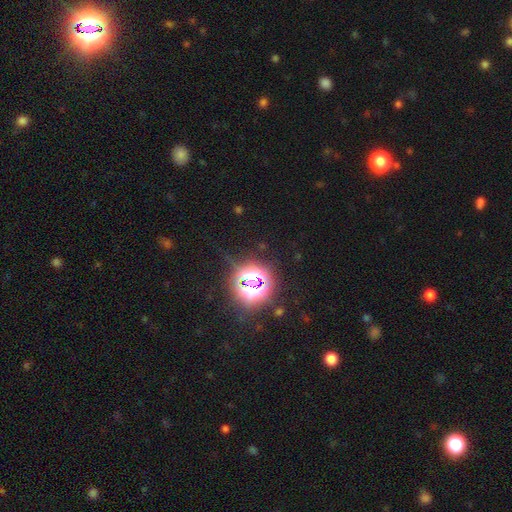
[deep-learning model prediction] smooth_or_featured: star or artifact (p=0.77) [alt: smooth p=0.17]